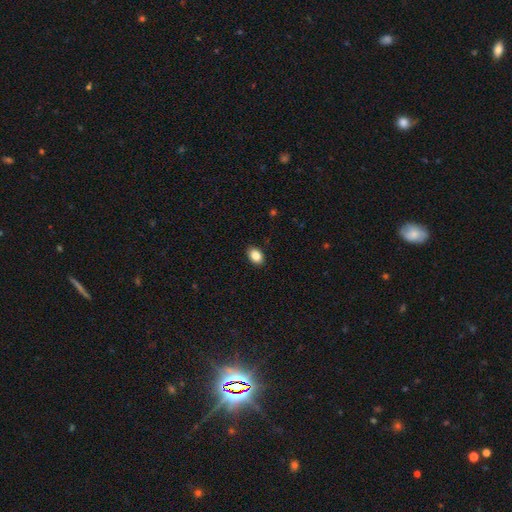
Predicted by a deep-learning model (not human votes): This is clearly a smooth galaxy (87%). How rounded: likely in between (79%). Merging: clearly none (90%).